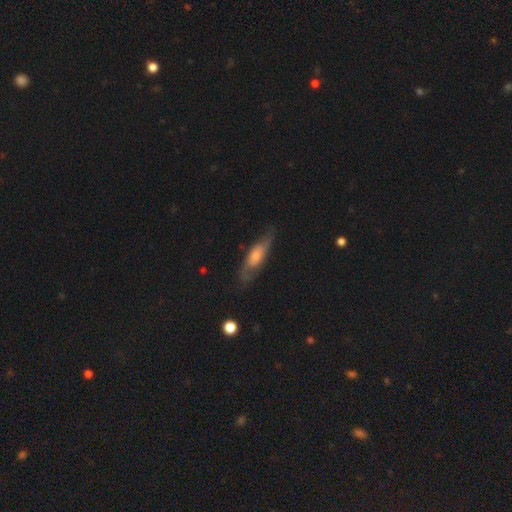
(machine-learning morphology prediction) A featured or disk galaxy (56%).

Vote fractions:
- Smooth or featured? featured or disk: 56% / smooth: 36% / star or artifact: 7%
- Edge-on disk? no: 56% / yes: 44%
- Merging? none: 69% / minor disturbance: 21% / major disturbance: 8% / merger: 2%